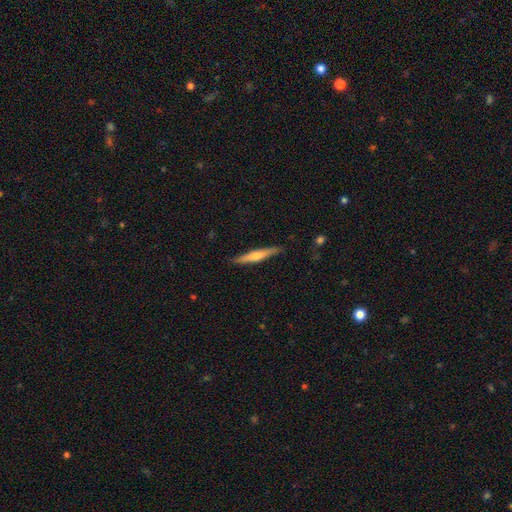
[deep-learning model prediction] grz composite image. It shows a featured or disk galaxy (55%) viewed edge-on (97%) with a rounded central bulge (71%). Merging: none (89%).